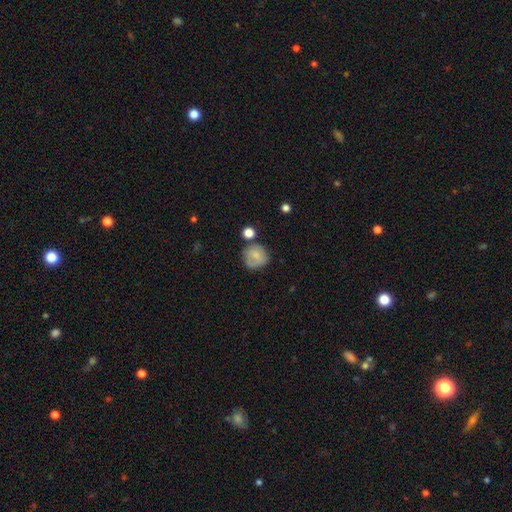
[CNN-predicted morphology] Smooth or featured? Predicted: smooth (p=0.71). How rounded? Predicted: round (p=0.85). Merging? Predicted: none (p=0.61).